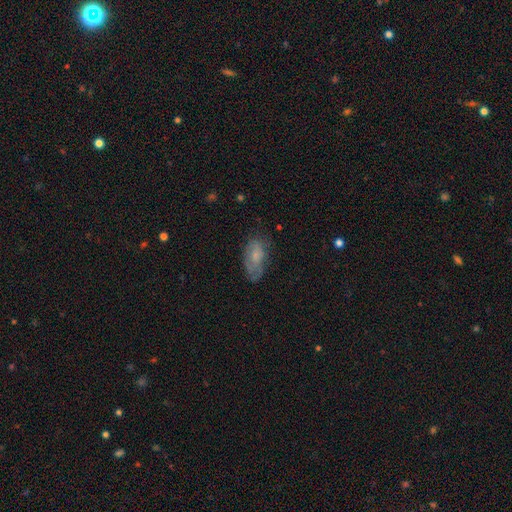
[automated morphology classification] This appears to be a smooth galaxy with no disk features (60%) that is in between round and cigar-shaped (89%). Merging: none (55%).